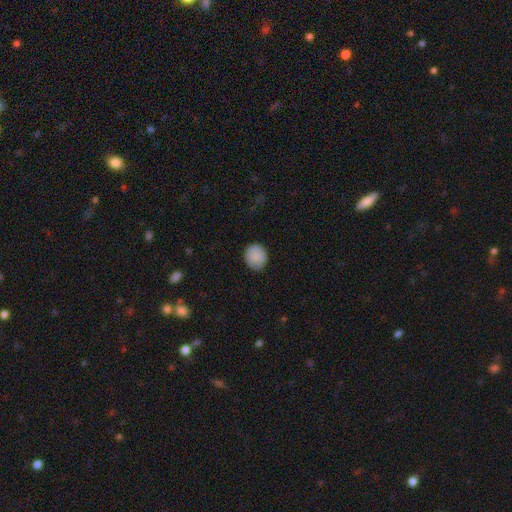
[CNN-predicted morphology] This appears to be a smooth galaxy with no disk features (88%) that is round (77%). Merging: none (87%).